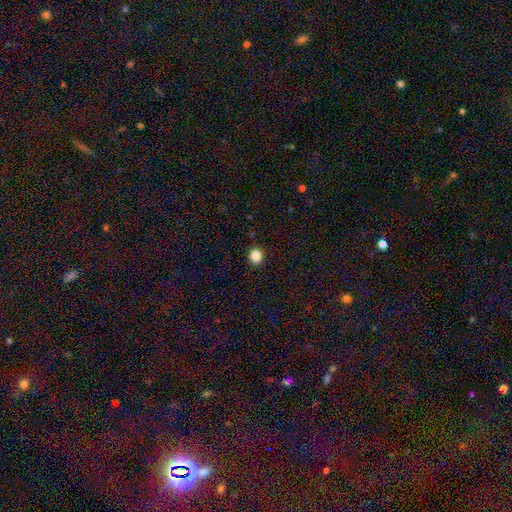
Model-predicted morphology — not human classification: Smooth or featured? Predicted: smooth (p=0.86). How rounded? Predicted: round (p=0.69). Merging? Predicted: none (p=0.91).